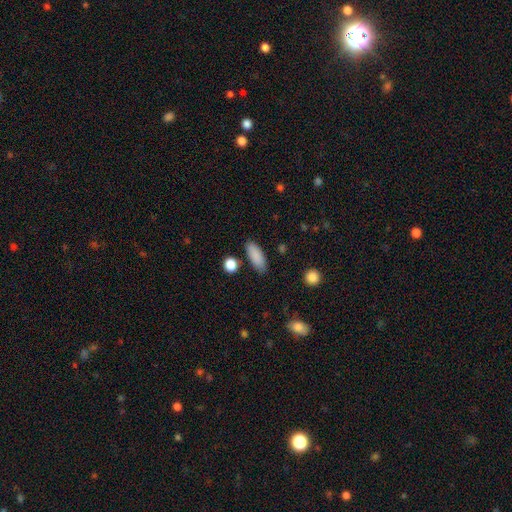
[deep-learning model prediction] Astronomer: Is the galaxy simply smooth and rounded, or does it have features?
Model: smooth — 88%.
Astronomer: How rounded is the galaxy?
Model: in between — 72%.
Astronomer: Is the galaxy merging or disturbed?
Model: none — 84%.